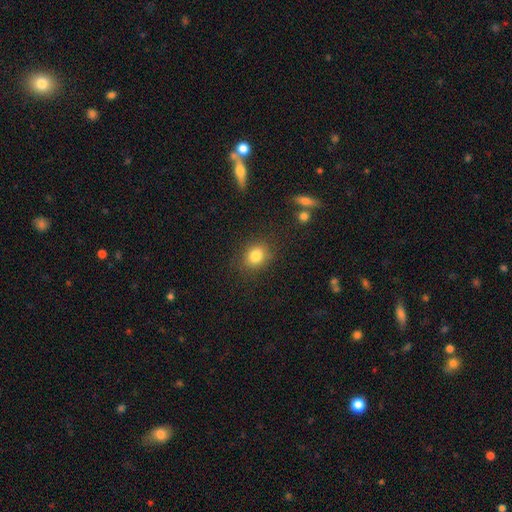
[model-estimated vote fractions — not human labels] Smooth or featured?
  - smooth: 82% *
  - star or artifact: 11%
  - featured or disk: 7%
How rounded?
  - round: 60% *
  - in between: 39%
  - cigar-shaped: 1%
Merging?
  - none: 83% *
  - minor disturbance: 11%
  - major disturbance: 4%
  - merger: 2%